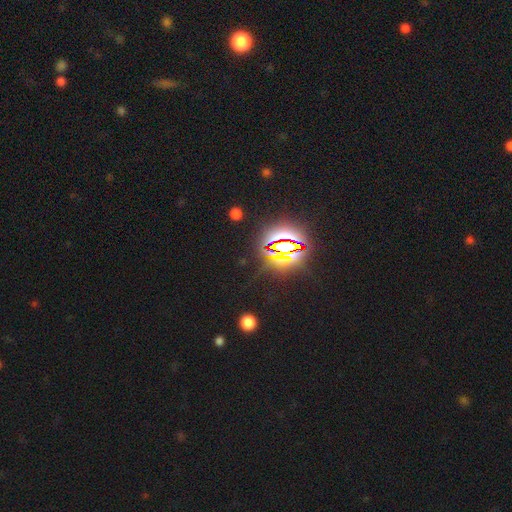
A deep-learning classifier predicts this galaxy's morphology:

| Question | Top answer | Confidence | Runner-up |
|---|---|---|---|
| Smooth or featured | star or artifact | 83% | smooth (10%) |